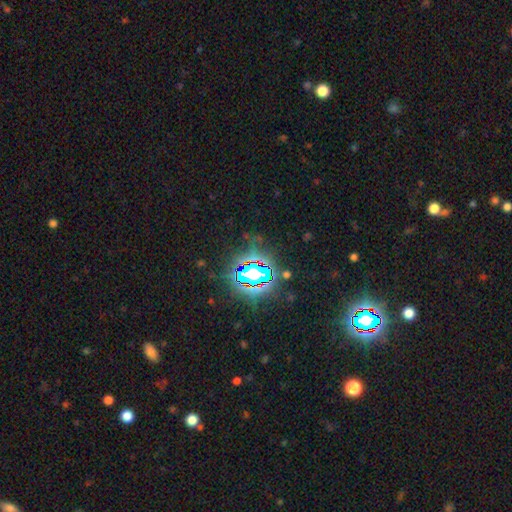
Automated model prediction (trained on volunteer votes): Overall: star or artifact (82%).